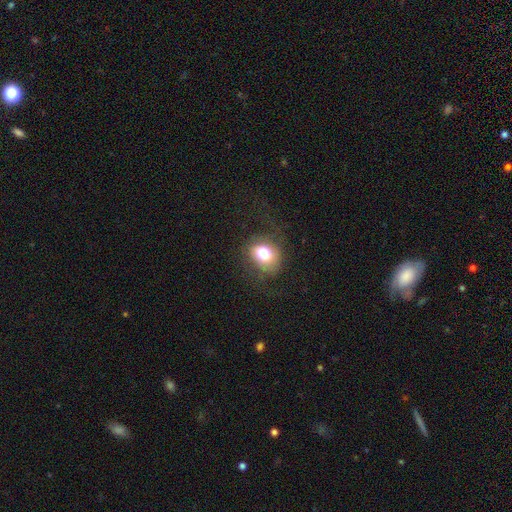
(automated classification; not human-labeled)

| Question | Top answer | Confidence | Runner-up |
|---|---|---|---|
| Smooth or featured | smooth | 57% | featured or disk (26%) |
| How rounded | round | 66% | in between (32%) |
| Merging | none | 74% | minor disturbance (14%) |